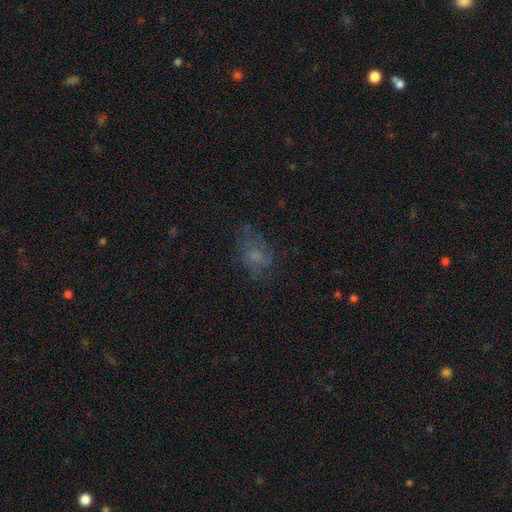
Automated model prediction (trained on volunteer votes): A smooth galaxy with no disk features (55%) that is in between round and cigar-shaped (68%).

Vote fractions:
- Smooth or featured? smooth: 55% / featured or disk: 27% / star or artifact: 18%
- How rounded? in between: 68% / round: 30% / cigar-shaped: 2%
- Merging? none: 53% / minor disturbance: 23% / major disturbance: 22% / merger: 2%